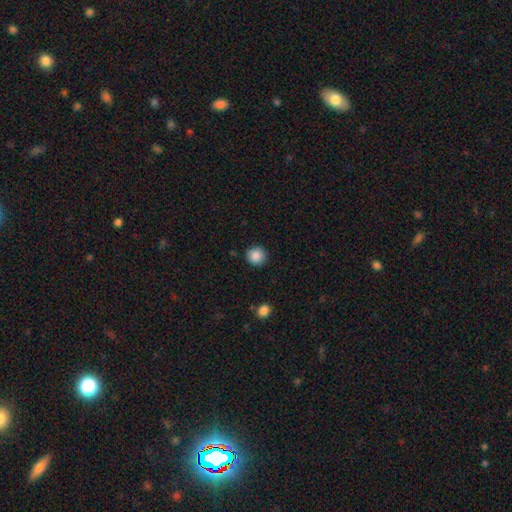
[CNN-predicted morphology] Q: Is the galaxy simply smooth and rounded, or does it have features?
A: smooth — 88%.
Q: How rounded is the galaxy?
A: round — 93%.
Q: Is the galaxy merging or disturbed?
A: none — 89%.